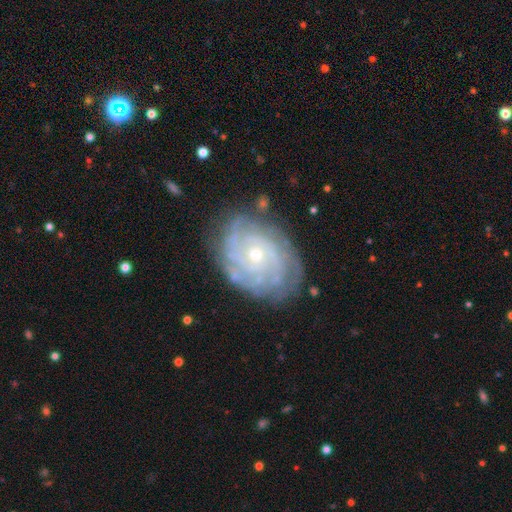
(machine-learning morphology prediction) Overall: featured or disk (83%). Edge-on disk: no (97%). Bar: no (80%). Spiral arms: yes (93%). Spiral arm count: can't tell (41%; 4 15%). Spiral winding: tight (76%). Bulge size: small (71%). Merging: none (76%).